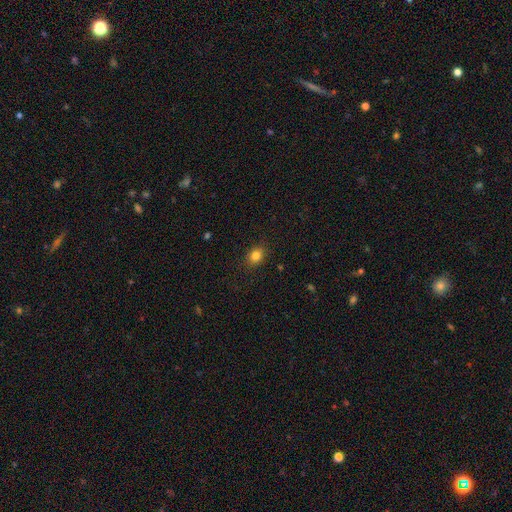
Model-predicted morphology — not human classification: This appears to be a smooth galaxy with no disk features (82%) that is round (53%). Merging: none (87%).